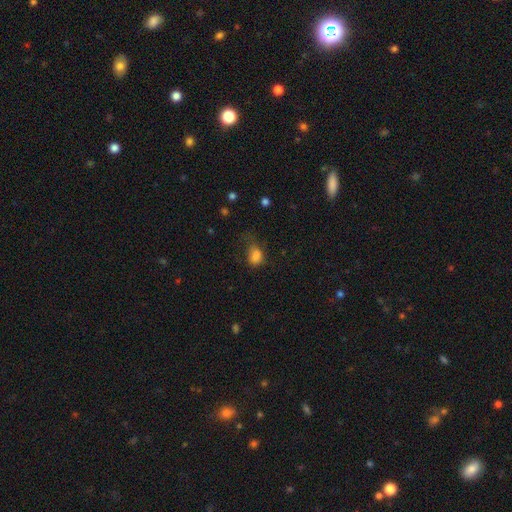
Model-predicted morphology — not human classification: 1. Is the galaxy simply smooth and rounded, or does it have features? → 79% smooth, 12% star or artifact, 8% featured or disk.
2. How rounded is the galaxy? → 72% in between, 27% round, 2% cigar-shaped.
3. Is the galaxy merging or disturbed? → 34% none, 32% major disturbance, 30% minor disturbance, 4% merger.